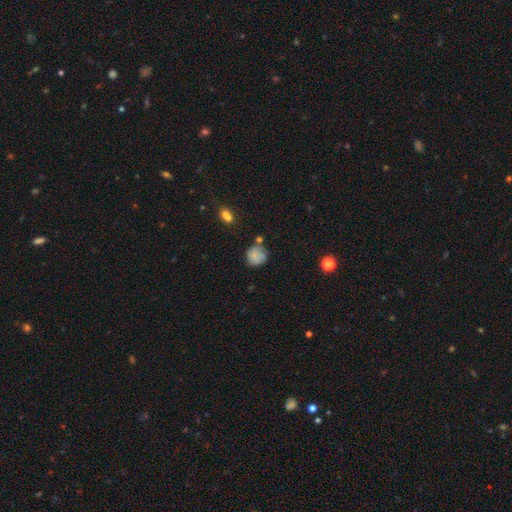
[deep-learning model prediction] A smooth galaxy with no disk features (79%) that is round (87%).

Vote fractions:
- Smooth or featured? smooth: 79% / featured or disk: 12% / star or artifact: 9%
- How rounded? round: 87% / in between: 12% / cigar-shaped: 1%
- Merging? none: 64% / minor disturbance: 21% / merger: 10% / major disturbance: 6%